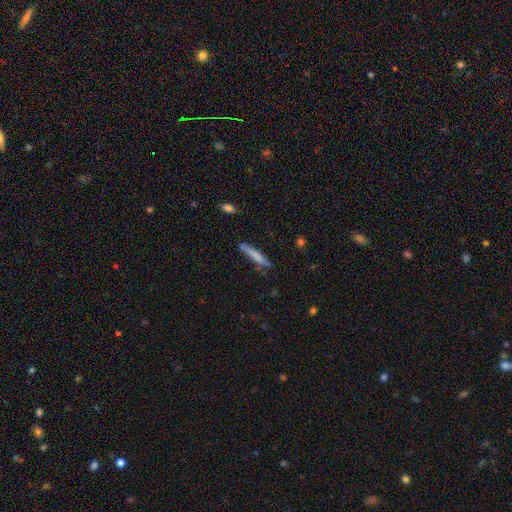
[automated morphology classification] A smooth galaxy with no disk features (69%) that is cigar-shaped (93%). Merging: none (76%).